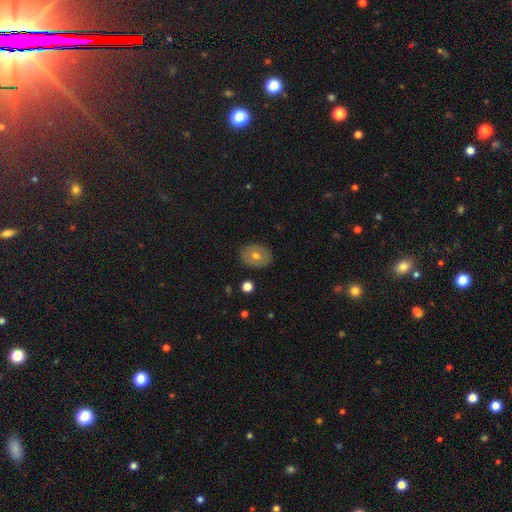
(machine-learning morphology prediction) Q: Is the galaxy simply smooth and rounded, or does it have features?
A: smooth — 58%.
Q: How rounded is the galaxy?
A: in between — 60%.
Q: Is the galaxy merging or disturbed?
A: none — 87%.